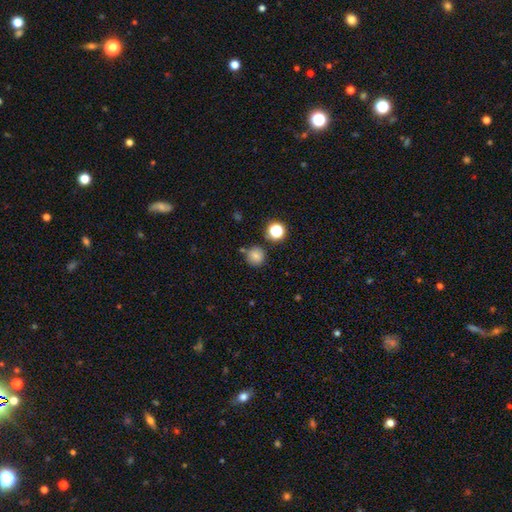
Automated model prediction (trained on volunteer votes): The model was most divided on "smooth or featured": smooth: 78%, star or artifact: 14%, featured or disk: 8%. More confident: how rounded — round (92%); merging — none (78%).